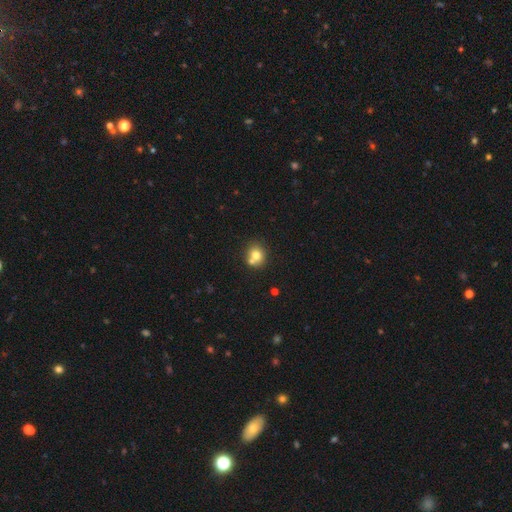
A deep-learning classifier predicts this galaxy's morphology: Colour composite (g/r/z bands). It shows a smooth galaxy with no disk features (74%) that is round (80%). Merging: none (53%).